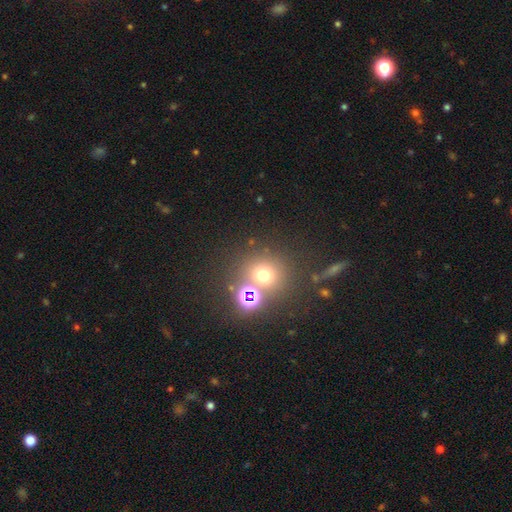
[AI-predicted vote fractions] This appears to be a star or artifact, not a galaxy (45%).